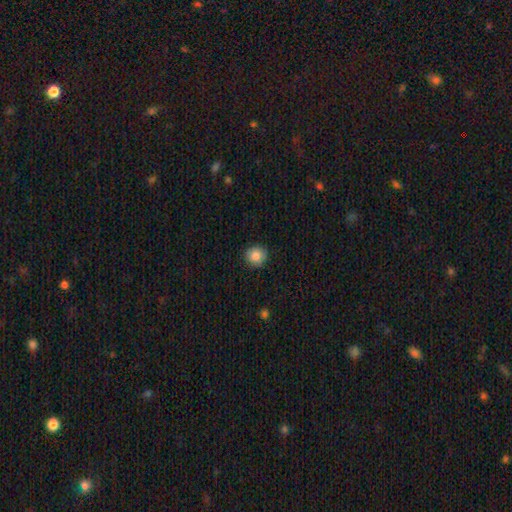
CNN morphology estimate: A smooth galaxy with no disk features (85%) that is round (87%). Merging: none (88%).